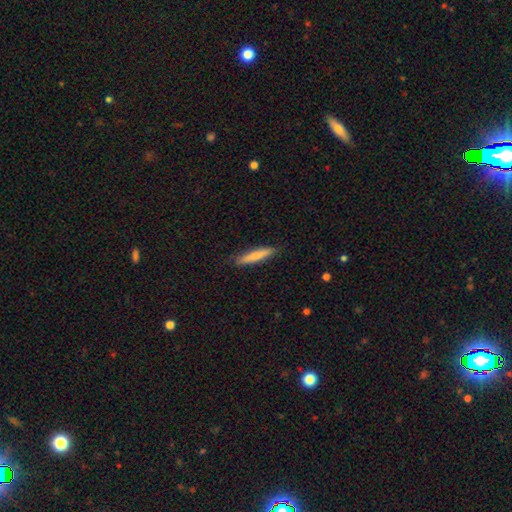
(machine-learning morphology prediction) Smooth or featured? smooth (76%)
How rounded? cigar-shaped (89%)
Merging? none (85%)